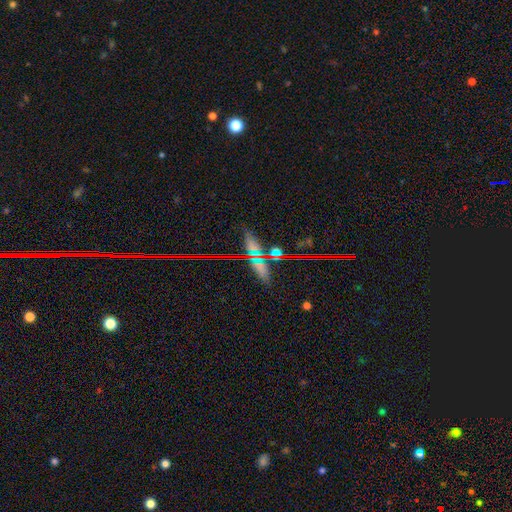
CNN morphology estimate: smooth-or-featured: star or artifact: 41% | smooth: 29% | featured or disk: 29%